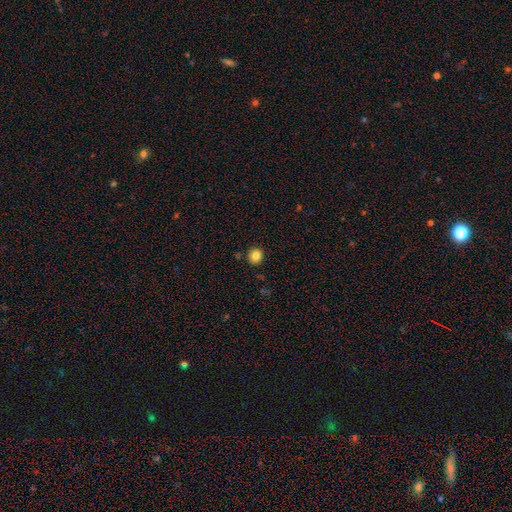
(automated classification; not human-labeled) The model was most divided on "smooth or featured": smooth: 83%, star or artifact: 11%, featured or disk: 6%. More confident: merging — none (89%); how rounded — round (86%).